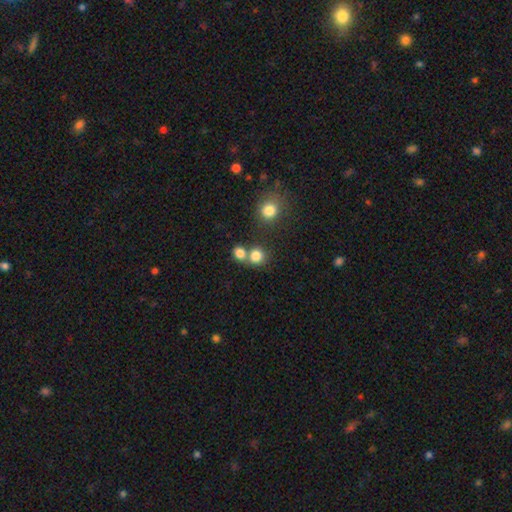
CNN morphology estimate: type=smooth (81%); roundness=round (84%); merging=none (56%).